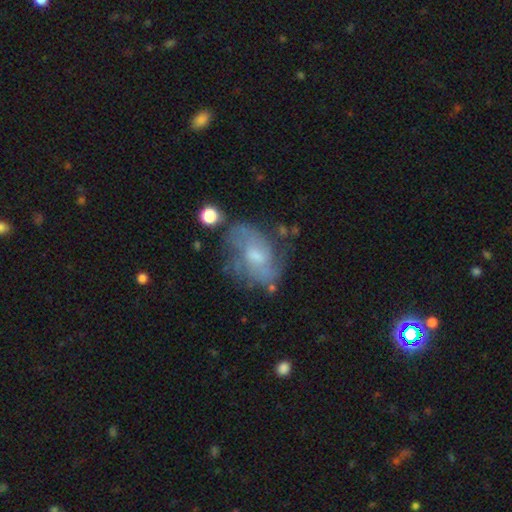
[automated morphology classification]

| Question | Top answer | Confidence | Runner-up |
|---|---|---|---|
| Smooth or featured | featured or disk | 70% | smooth (22%) |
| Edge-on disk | no | 96% | yes (4%) |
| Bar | no | 52% | weak (42%) |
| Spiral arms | yes | 80% | no (20%) |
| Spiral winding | medium | 44% | loose (28%) |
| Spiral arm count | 2 | 45% | can't tell (34%) |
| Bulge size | moderate | 46% | small (38%) |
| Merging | none | 57% | minor disturbance (24%) |